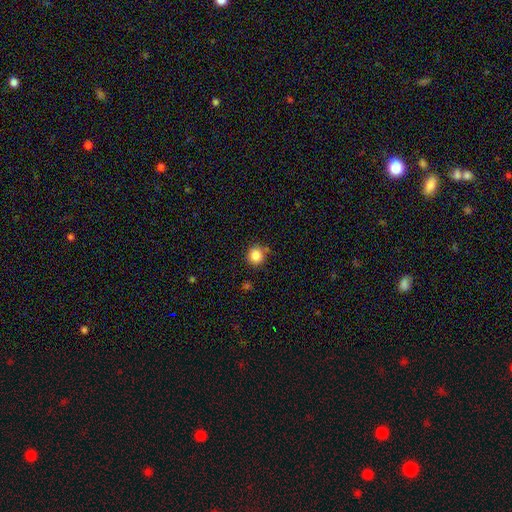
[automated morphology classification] type=smooth (85%); roundness=round (91%); merging=none (80%).